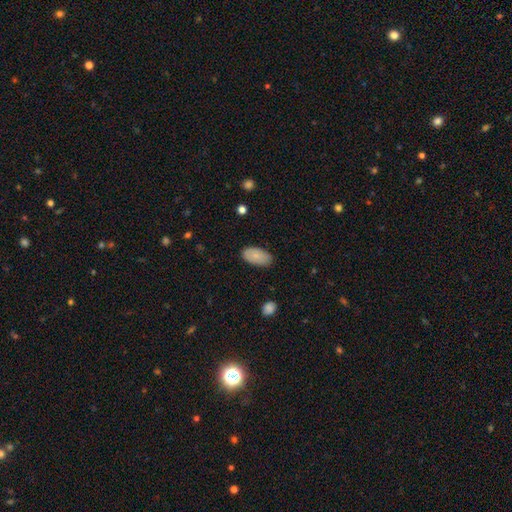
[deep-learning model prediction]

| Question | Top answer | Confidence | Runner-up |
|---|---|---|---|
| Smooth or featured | smooth | 81% | featured or disk (12%) |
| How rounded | in between | 95% | round (3%) |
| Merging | none | 81% | minor disturbance (15%) |